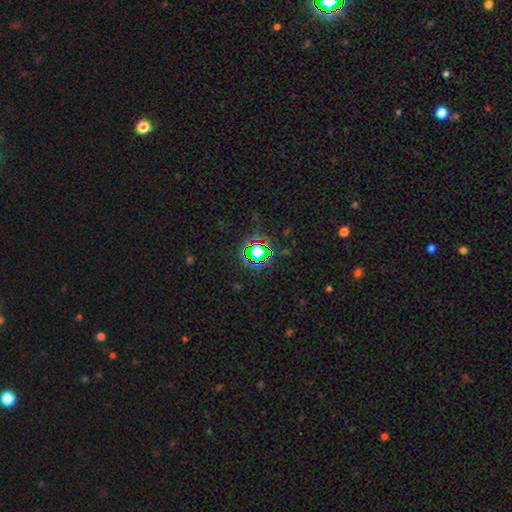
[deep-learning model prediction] The model was most divided on "smooth or featured": star or artifact: 72%, smooth: 18%, featured or disk: 10%.